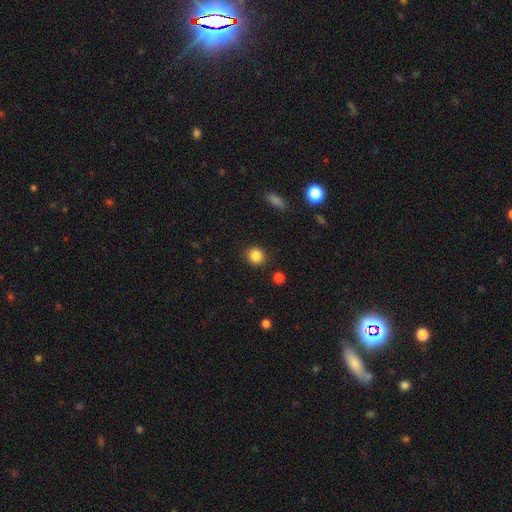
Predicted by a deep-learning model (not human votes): Q: Smooth or featured?
A: smooth (86%); runner-up: star or artifact (10%)
Q: How rounded?
A: round (87%); runner-up: in between (12%)
Q: Merging?
A: none (89%); runner-up: minor disturbance (7%)